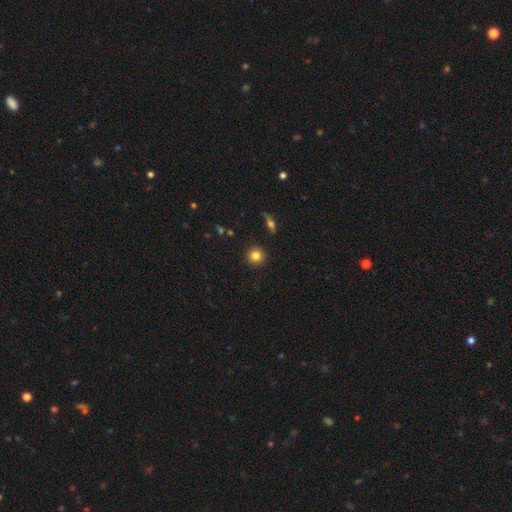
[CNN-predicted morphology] A smooth galaxy with no disk features (82%) that is round (94%). Merging: none (91%).